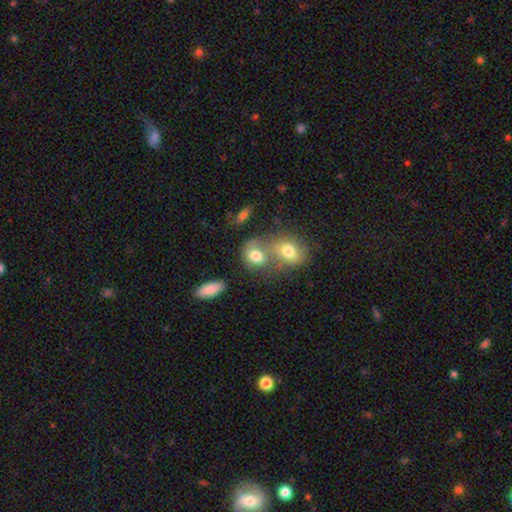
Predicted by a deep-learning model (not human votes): Q: Smooth or featured?
A: smooth (73%); runner-up: featured or disk (17%)
Q: How rounded?
A: in between (58%); runner-up: round (40%)
Q: Merging?
A: merger (56%); runner-up: none (27%)